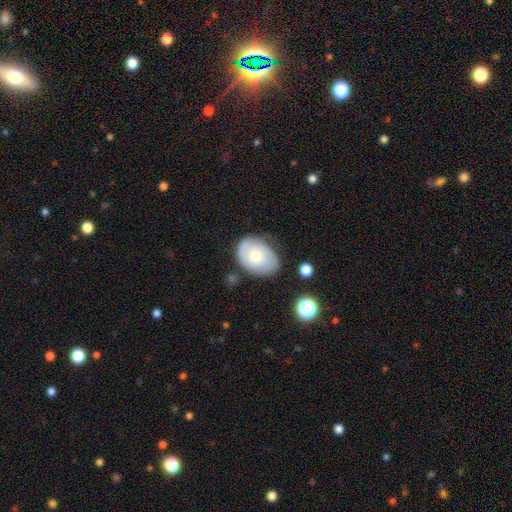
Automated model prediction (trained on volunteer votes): Smooth or featured? smooth (52%)
How rounded? in between (70%)
Merging? none (63%)